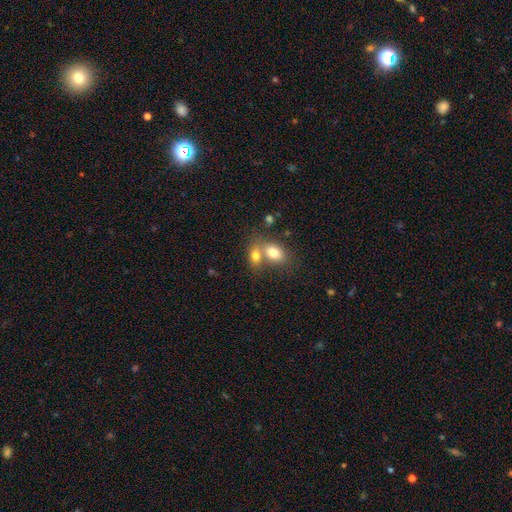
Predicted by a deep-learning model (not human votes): A smooth galaxy with no disk features (77%) that is in between round and cigar-shaped (78%). Merging: merger (61%).